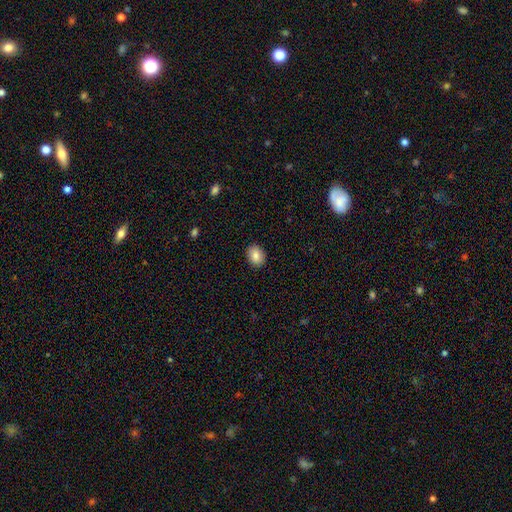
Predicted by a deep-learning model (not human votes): A smooth galaxy with no disk features (86%) that is in between round and cigar-shaped (62%). Merging: none (89%).